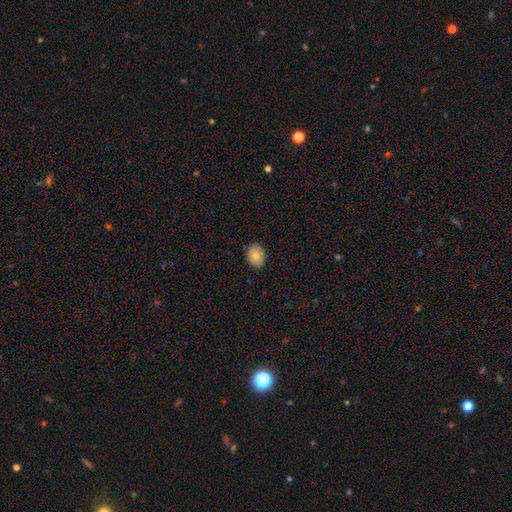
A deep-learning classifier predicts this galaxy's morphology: This is likely a smooth galaxy (78%). How rounded: possibly in between (59%). Merging: clearly none (87%).